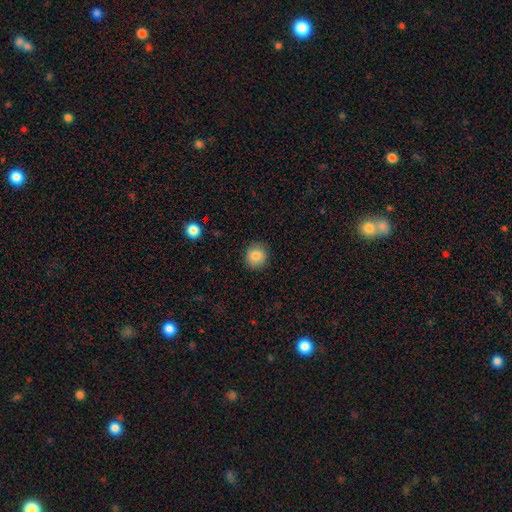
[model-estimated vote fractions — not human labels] Morphology: type=smooth (85%); roundness=round (89%); merging=none (89%).